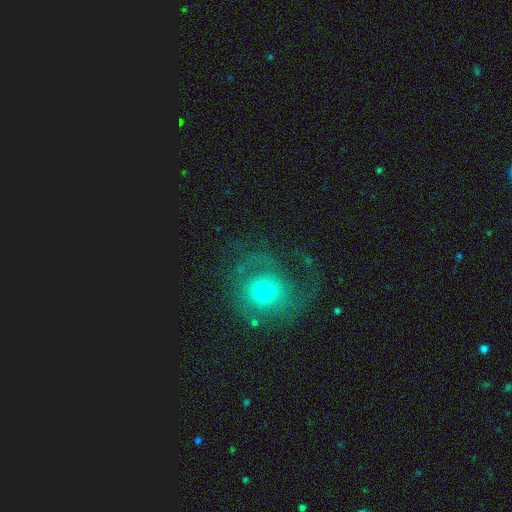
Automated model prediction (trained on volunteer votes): Morphology: type=featured or disk (51%); edge-on=no (96%); merging=none (64%).